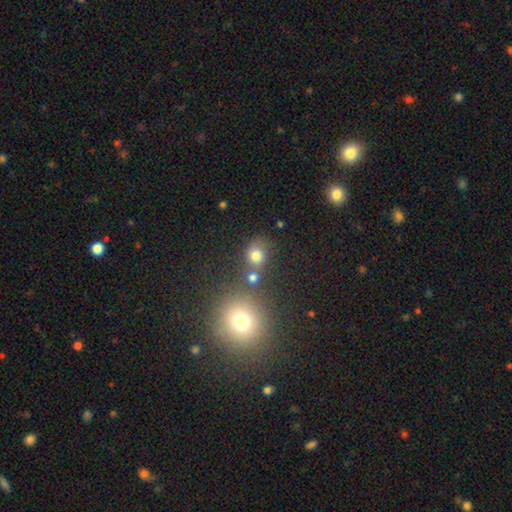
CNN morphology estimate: smooth-or-featured: smooth: 74% | star or artifact: 17% | featured or disk: 10%
  how-rounded: round: 68% | in between: 30% | cigar-shaped: 1%
  merging: none: 55% | merger: 24% | minor disturbance: 13% | major disturbance: 8%